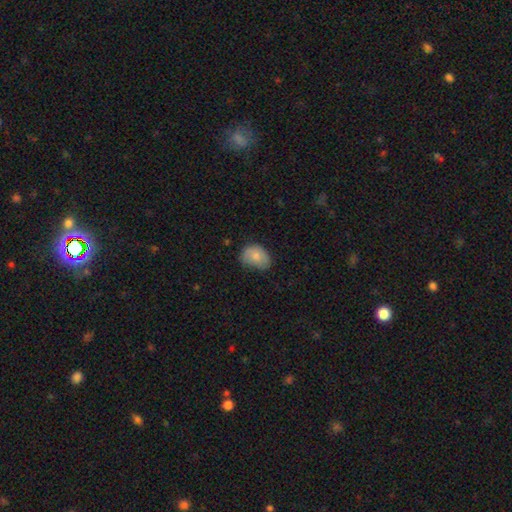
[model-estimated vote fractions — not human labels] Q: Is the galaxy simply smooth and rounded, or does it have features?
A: smooth — 77%.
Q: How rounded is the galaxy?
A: in between — 67%.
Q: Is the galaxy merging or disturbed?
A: none — 50%.